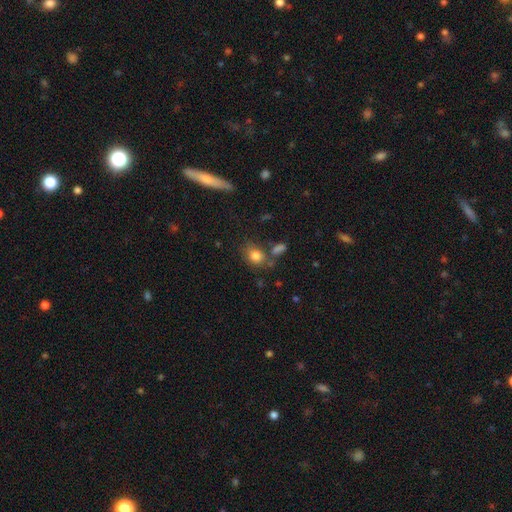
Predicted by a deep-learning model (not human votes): This is clearly a smooth galaxy (81%). How rounded: possibly in between (52%). Merging: likely none (62%).